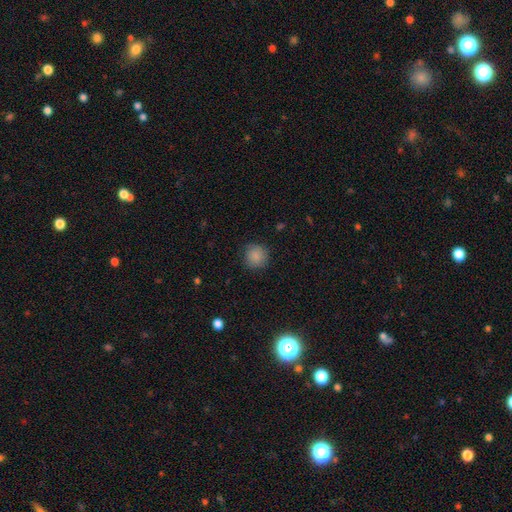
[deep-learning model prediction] Overall: smooth (87%). How rounded: round (93%). Merging: none (86%).